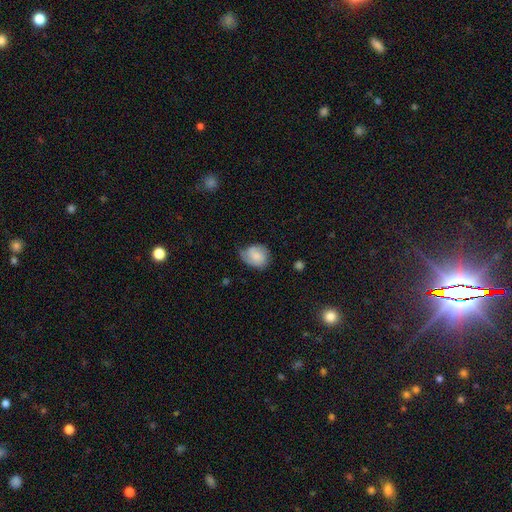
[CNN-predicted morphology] This appears to be a smooth galaxy with no disk features (61%) that is round (56%). Merging: none (46%).